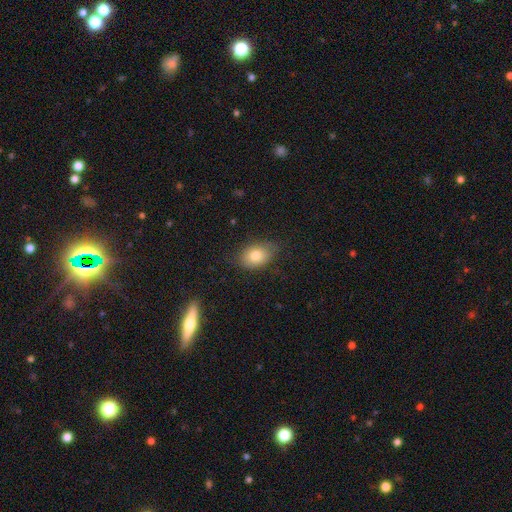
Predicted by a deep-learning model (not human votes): Smooth or featured? Predicted: smooth (p=0.79). How rounded? Predicted: in between (p=0.81). Merging? Predicted: none (p=0.73).